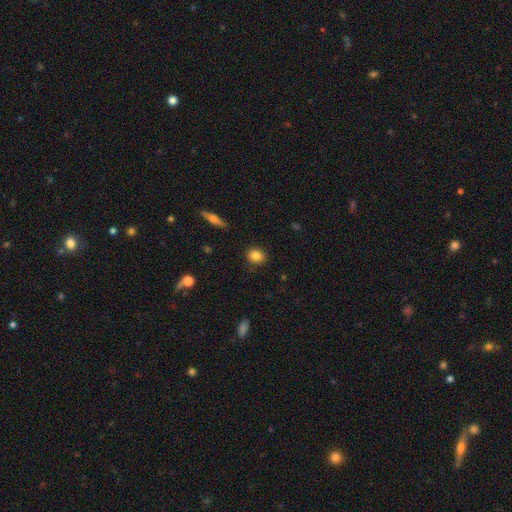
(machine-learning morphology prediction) A smooth galaxy with no disk features (85%) that is round (73%). Merging: none (90%).